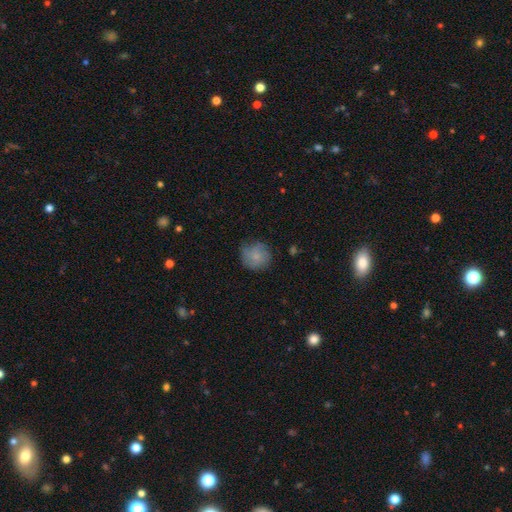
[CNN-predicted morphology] smooth 74%, featured or disk 18%, star or artifact 8%. Down the decision tree: how rounded — round (90%); merging — none (69%).